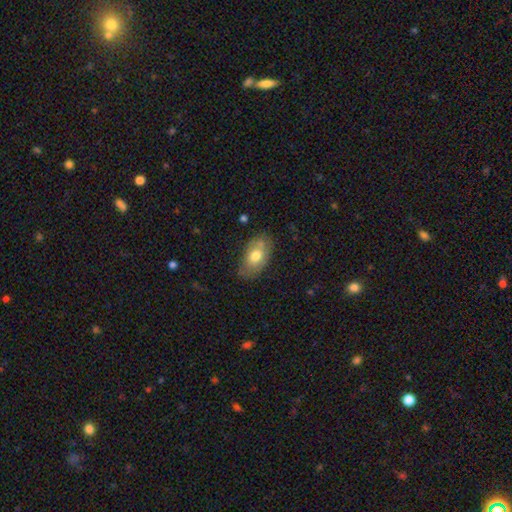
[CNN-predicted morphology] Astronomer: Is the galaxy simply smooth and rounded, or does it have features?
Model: smooth — 69%.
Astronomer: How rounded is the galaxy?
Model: in between — 92%.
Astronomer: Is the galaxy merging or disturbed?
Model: none — 66%.